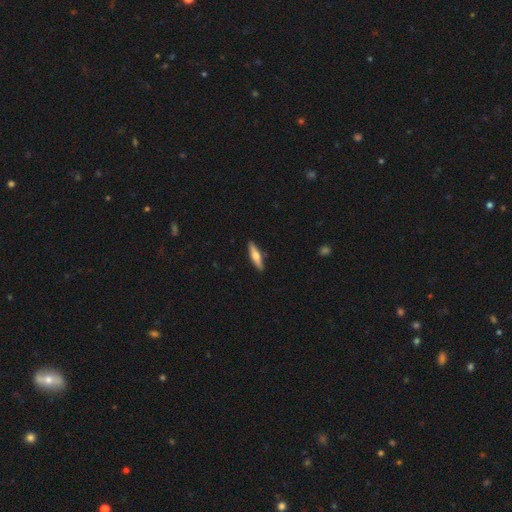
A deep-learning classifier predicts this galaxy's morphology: The model was most divided on "smooth or featured": smooth: 55%, featured or disk: 39%, star or artifact: 5%. More confident: merging — none (90%); how rounded — cigar-shaped (74%).